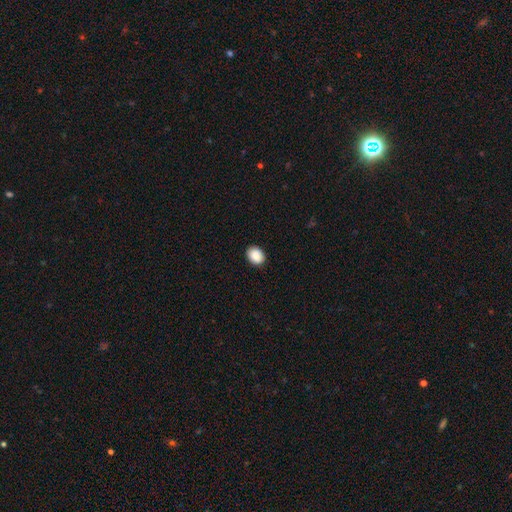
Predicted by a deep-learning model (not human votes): This appears to be a smooth galaxy with no disk features (90%) that is in between round and cigar-shaped (63%). Merging: none (89%).